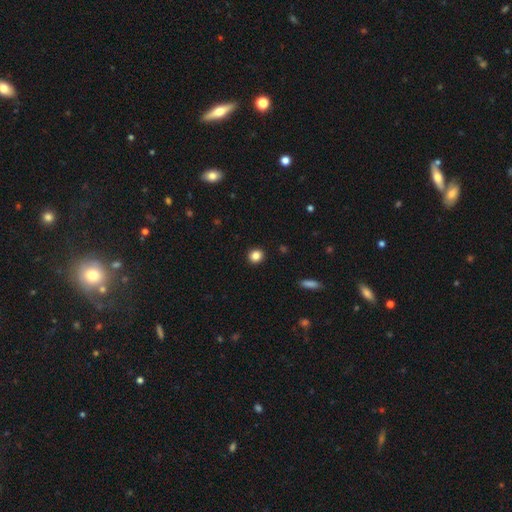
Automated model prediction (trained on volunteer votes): A smooth galaxy with no disk features (85%) that is round (82%).

Vote fractions:
- Smooth or featured? smooth: 85% / star or artifact: 11% / featured or disk: 4%
- How rounded? round: 82% / in between: 17% / cigar-shaped: 1%
- Merging? none: 92% / minor disturbance: 5% / major disturbance: 2% / merger: 1%